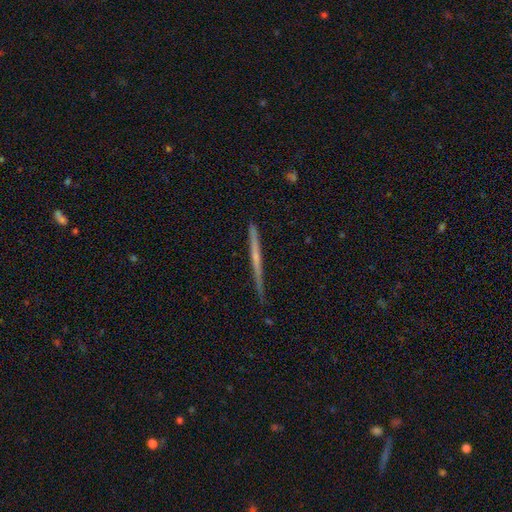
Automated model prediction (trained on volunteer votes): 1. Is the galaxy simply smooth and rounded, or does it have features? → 64% featured or disk, 30% smooth, 6% star or artifact.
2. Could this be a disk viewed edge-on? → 98% yes, 2% no.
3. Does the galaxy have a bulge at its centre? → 70% none, 25% rounded, 5% boxy.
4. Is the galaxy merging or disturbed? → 86% none, 11% minor disturbance, 2% major disturbance, 1% merger.